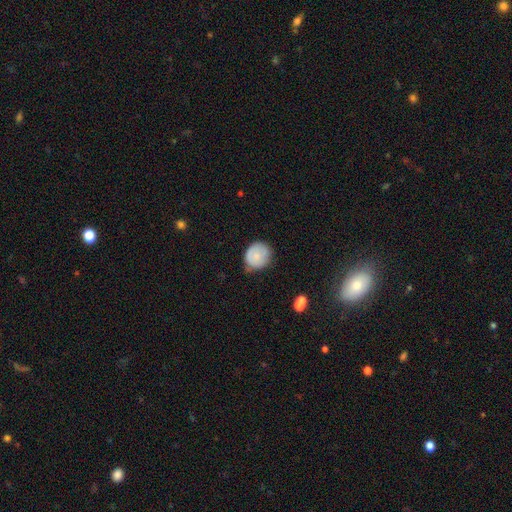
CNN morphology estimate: The model was most divided on "merging": none: 64%, minor disturbance: 28%, major disturbance: 6%, merger: 2%. More confident: how rounded — round (80%); smooth or featured — smooth (77%).